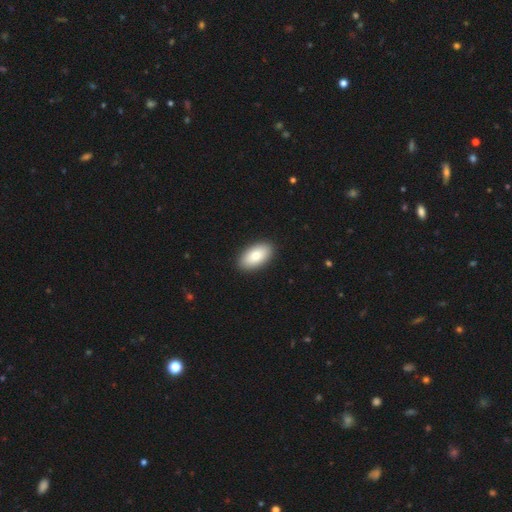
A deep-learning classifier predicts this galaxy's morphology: A smooth galaxy with no disk features (81%) that is in between round and cigar-shaped (95%).

Vote fractions:
- Smooth or featured? smooth: 81% / featured or disk: 13% / star or artifact: 6%
- How rounded? in between: 95% / round: 3% / cigar-shaped: 2%
- Merging? none: 91% / minor disturbance: 6% / major disturbance: 2% / merger: 1%